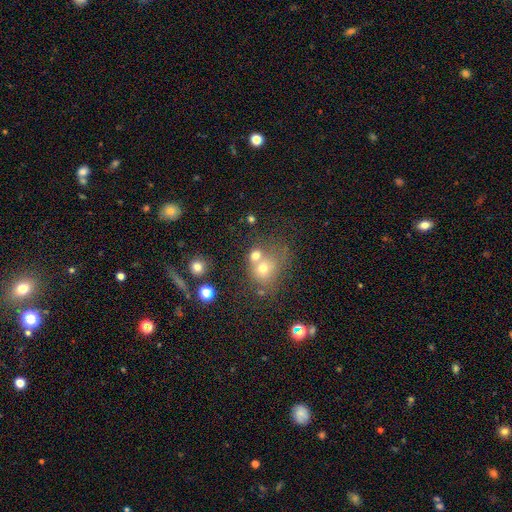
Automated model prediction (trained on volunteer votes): This appears to be a smooth galaxy with no disk features (64%) that is round (68%). Merging: merger (48%).